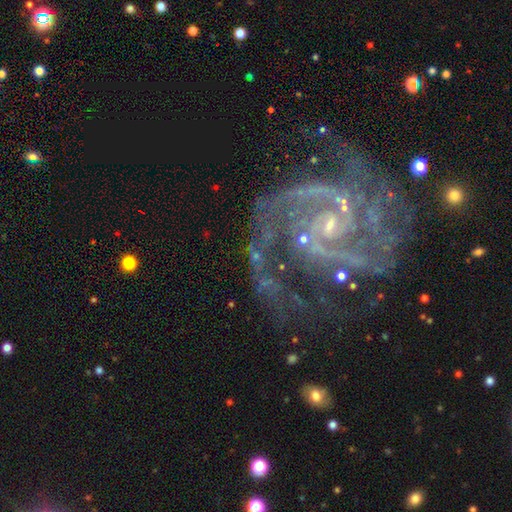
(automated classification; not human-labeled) Smooth or featured?
  - featured or disk: 82% *
  - star or artifact: 11%
  - smooth: 7%
Edge-on disk?
  - no: 97% *
  - yes: 3%
Bar?
  - weak: 40% *
  - no: 36%
  - strong: 24%
Spiral arms?
  - yes: 93% *
  - no: 7%
Spiral winding?
  - tight: 45% *
  - medium: 41%
  - loose: 14%
Spiral arm count?
  - 2: 50% *
  - can't tell: 16%
  - 3: 13%
  - 4: 7%
  - 1: 7%
  - more than 4: 7%
Bulge size?
  - small: 68% *
  - moderate: 22%
  - none: 7%
  - large: 2%
  - dominant: 2%
Merging?
  - none: 55% *
  - major disturbance: 20%
  - minor disturbance: 17%
  - merger: 7%